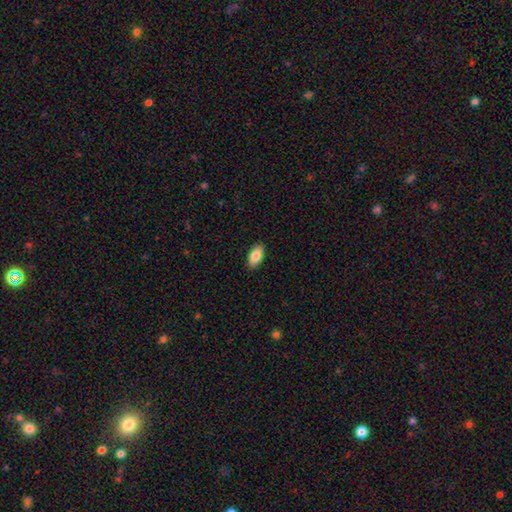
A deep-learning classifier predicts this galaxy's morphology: This appears to be a smooth galaxy with no disk features (86%) that is in between round and cigar-shaped (92%). Merging: none (88%).